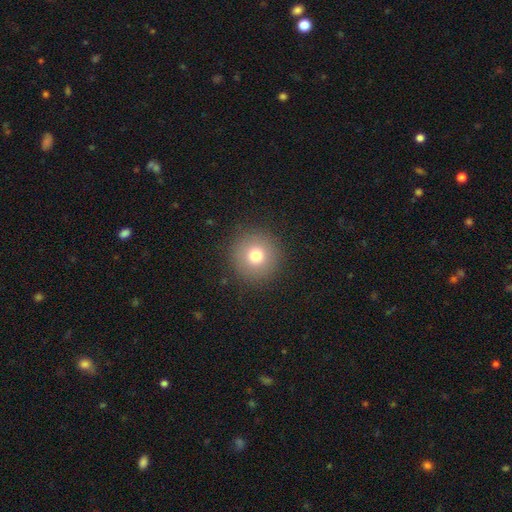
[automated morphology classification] type=smooth (76%); roundness=round (95%); merging=none (90%).